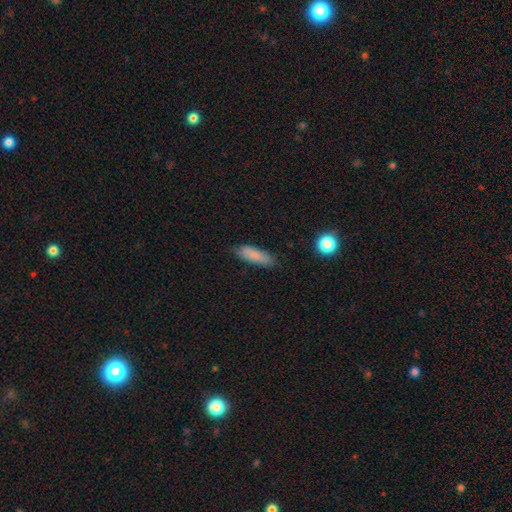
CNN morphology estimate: This appears to be a smooth galaxy with no disk features (83%) that is in between round and cigar-shaped (49%, tied with cigar-shaped). Merging: none (81%).